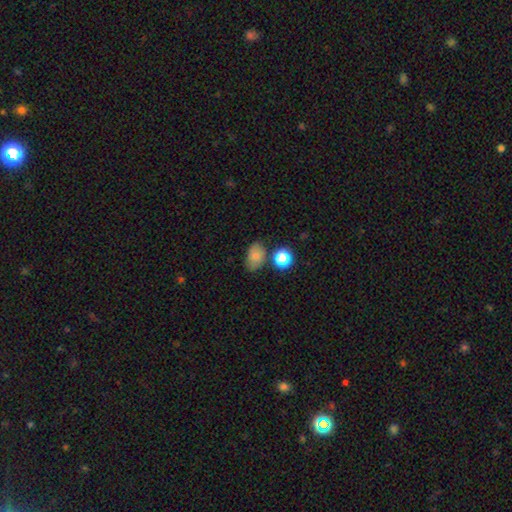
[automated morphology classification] smooth_or_featured: smooth (p=0.79) [alt: star or artifact p=0.12]
how_rounded: in between (p=0.80) [alt: round p=0.19]
merging: none (p=0.67) [alt: minor disturbance p=0.18]